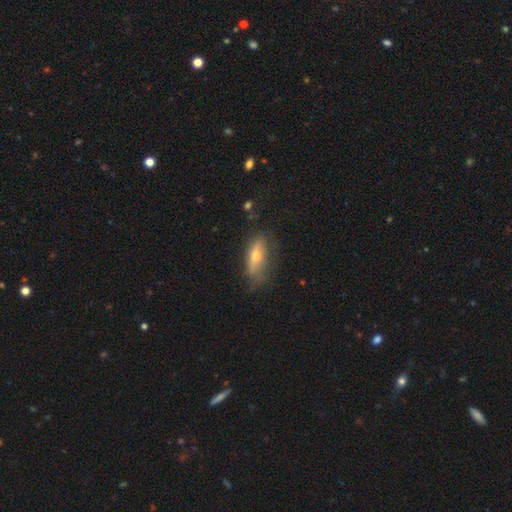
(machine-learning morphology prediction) type=smooth (57%); roundness=in between (52%); merging=none (65%).